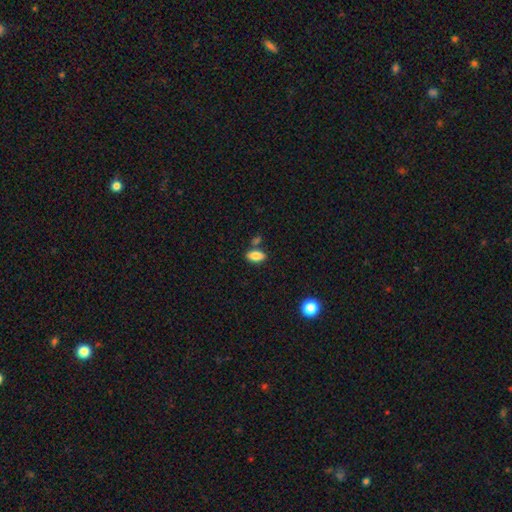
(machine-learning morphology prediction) type=smooth (85%); roundness=in between (89%); merging=none (74%).